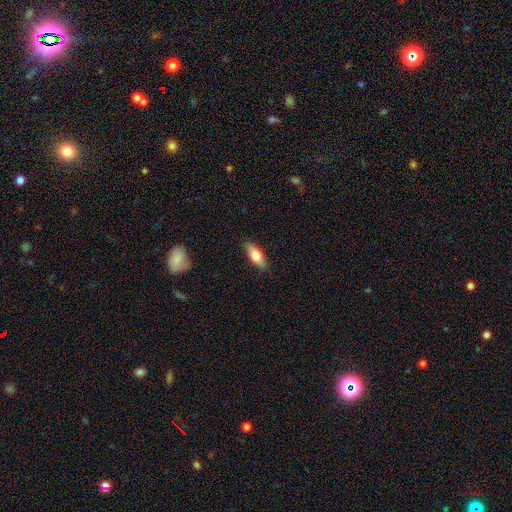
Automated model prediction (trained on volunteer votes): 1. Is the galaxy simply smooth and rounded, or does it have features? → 73% smooth, 21% featured or disk, 6% star or artifact.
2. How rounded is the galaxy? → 72% in between, 26% cigar-shaped, 3% round.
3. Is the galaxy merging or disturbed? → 86% none, 11% minor disturbance, 2% major disturbance, 1% merger.